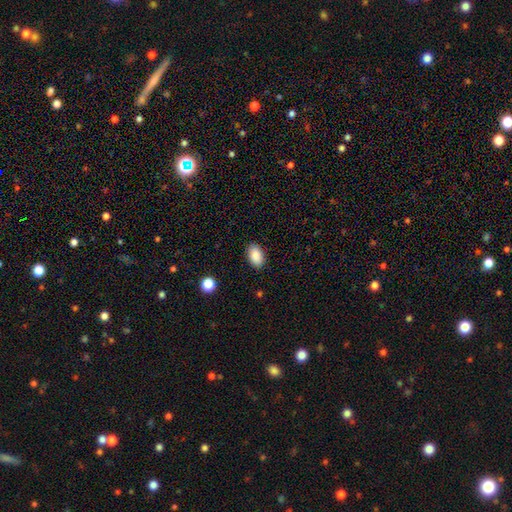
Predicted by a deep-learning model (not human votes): smooth_or_featured: smooth (p=0.88) [alt: star or artifact p=0.08]
how_rounded: in between (p=0.92) [alt: round p=0.06]
merging: none (p=0.88) [alt: minor disturbance p=0.08]